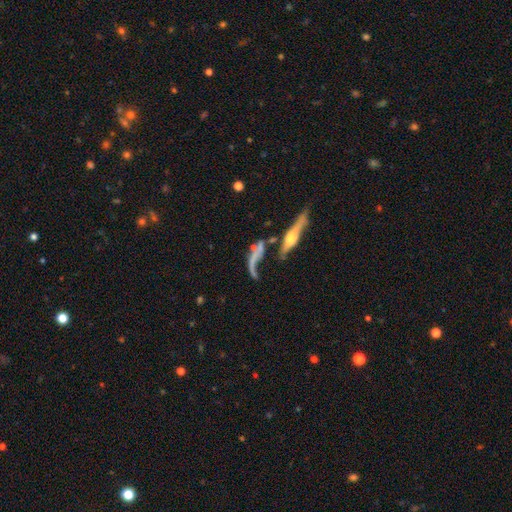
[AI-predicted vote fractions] Q: Smooth or featured?
A: featured or disk (62%); runner-up: smooth (27%)
Q: Edge-on disk?
A: no (51%); runner-up: yes (49%)
Q: Merging?
A: none (33%); runner-up: merger (27%)